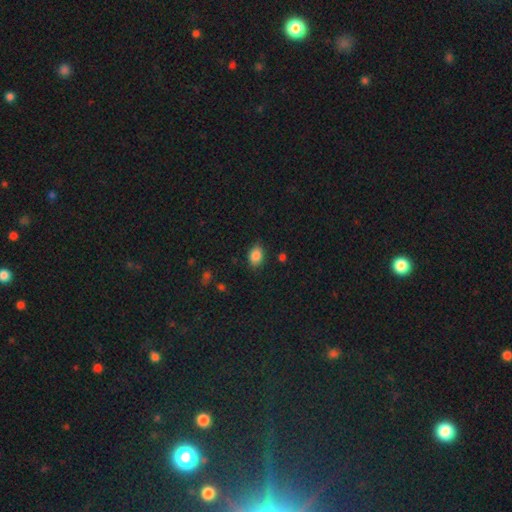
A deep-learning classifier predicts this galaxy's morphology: smooth_or_featured: smooth (p=0.86) [alt: star or artifact p=0.09]
how_rounded: in between (p=0.77) [alt: round p=0.22]
merging: none (p=0.83) [alt: minor disturbance p=0.13]